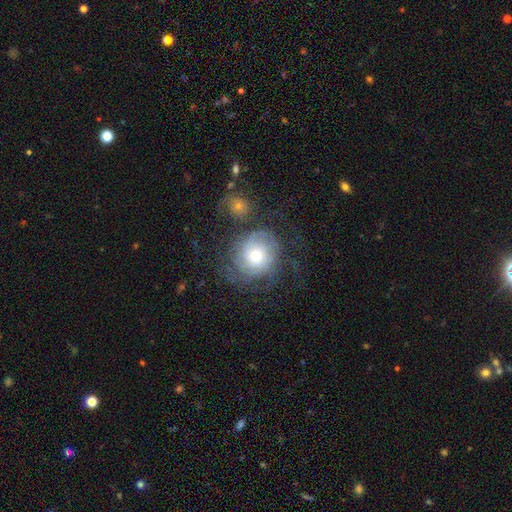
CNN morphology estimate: A featured or disk galaxy (69%) with no bar (80%), tight (66%) spiral arms (87%) and a moderate central bulge (60%).

Vote fractions:
- Smooth or featured? featured or disk: 69% / smooth: 23% / star or artifact: 8%
- Edge-on disk? no: 97% / yes: 3%
- Bar? no: 80% / weak: 16% / strong: 3%
- Spiral arms? yes: 87% / no: 13%
- Spiral winding? tight: 66% / medium: 24% / loose: 10%
- Spiral arm count? can't tell: 46% / 2: 15% / 3: 15% / 4: 11% / more than 4: 7% / 1: 6%
- Bulge size? moderate: 60% / small: 26% / large: 11% / dominant: 2% / none: 1%
- Merging? none: 65% / minor disturbance: 16% / major disturbance: 14% / merger: 5%